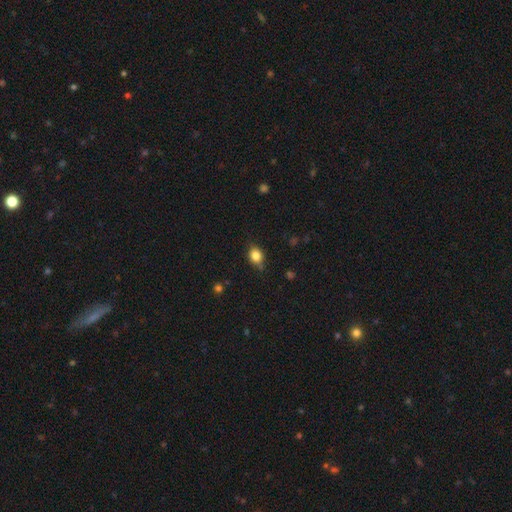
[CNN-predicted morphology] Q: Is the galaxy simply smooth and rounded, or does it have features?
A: smooth — 82%.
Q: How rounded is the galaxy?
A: in between — 55%.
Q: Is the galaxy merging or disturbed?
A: none — 75%.